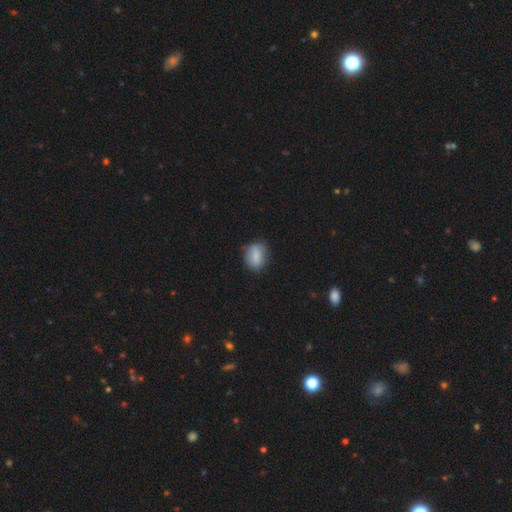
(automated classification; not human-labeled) smooth_or_featured: smooth (p=0.80) [alt: featured or disk p=0.12]
how_rounded: in between (p=0.67) [alt: round p=0.31]
merging: none (p=0.73) [alt: minor disturbance p=0.21]